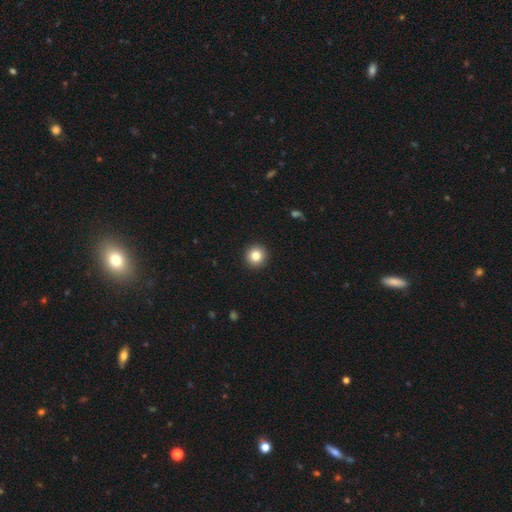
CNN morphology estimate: Smooth or featured? smooth (84%)
How rounded? round (95%)
Merging? none (93%)